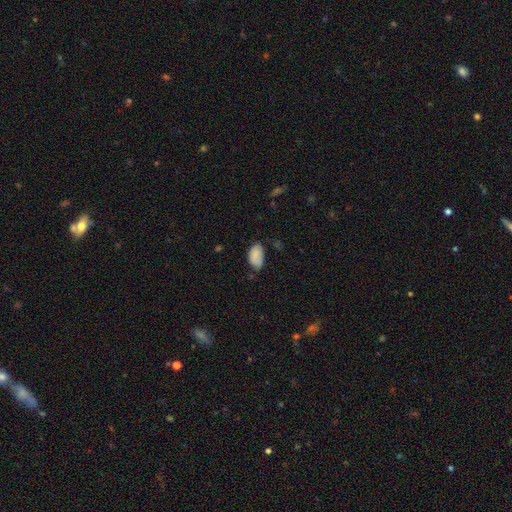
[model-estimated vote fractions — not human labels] smooth 84%, featured or disk 9%, star or artifact 7%. Down the decision tree: how rounded — in between (93%); merging — none (52%).